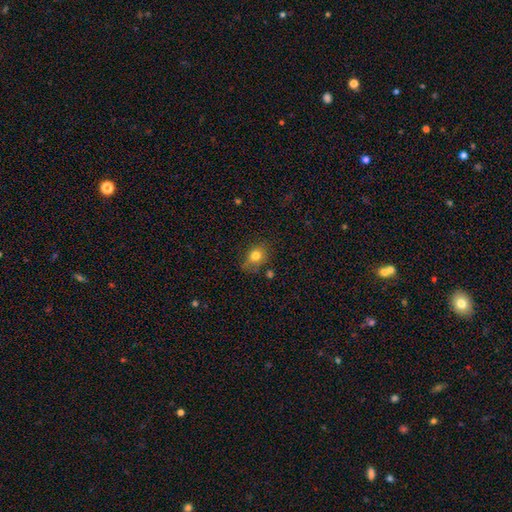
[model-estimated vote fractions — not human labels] Smooth or featured: smooth — 78% (star or artifact — 11%)
How rounded: in between — 50% (round — 49%)
Merging: none — 65% (minor disturbance — 24%)